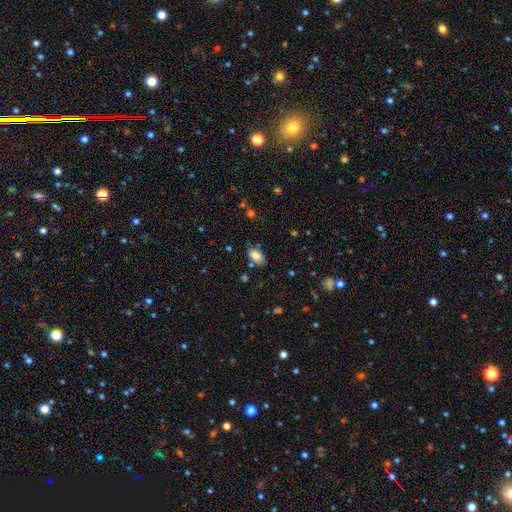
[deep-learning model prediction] The model was most divided on "merging": none: 74%, minor disturbance: 18%, merger: 4%, major disturbance: 4%. More confident: how rounded — in between (91%); smooth or featured — smooth (85%).